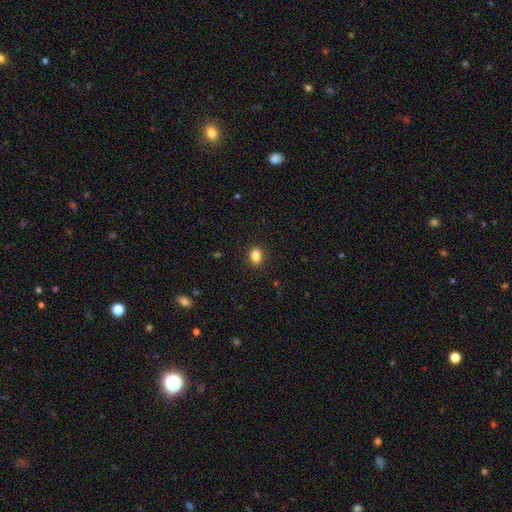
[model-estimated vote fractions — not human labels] A smooth galaxy with no disk features (86%) that is in between round and cigar-shaped (68%). Merging: none (89%).